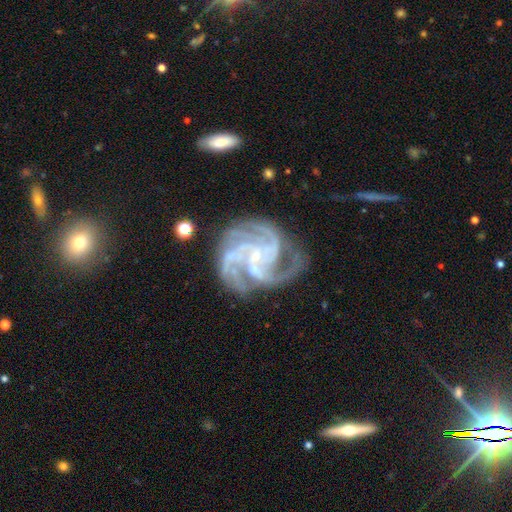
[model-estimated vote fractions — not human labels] featured or disk 91%, star or artifact 6%, smooth 3%. Down the decision tree: edge-on disk — no (98%); bar — no (57%); spiral arms — yes (99%); spiral arm count — 4 (50%); spiral winding — tight (51%); bulge size — small (81%); merging — none (68%).